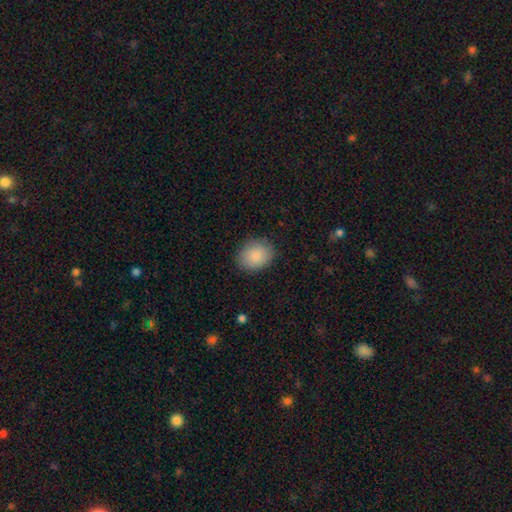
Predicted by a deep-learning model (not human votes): Smooth or featured? Predicted: smooth (p=0.86). How rounded? Predicted: round (p=0.55). Merging? Predicted: none (p=0.86).